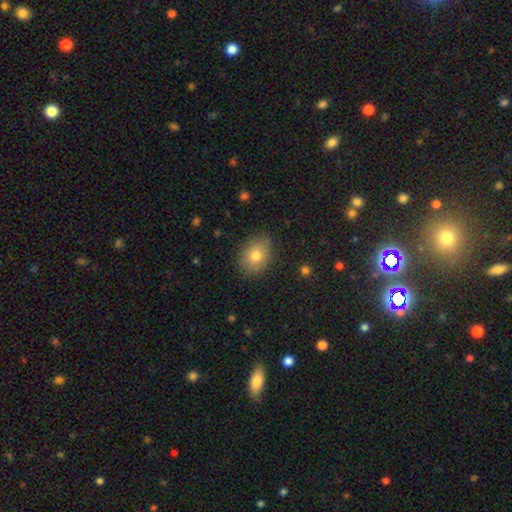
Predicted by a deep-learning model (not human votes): Smooth or featured? Predicted: smooth (p=0.77). How rounded? Predicted: in between (p=0.63). Merging? Predicted: none (p=0.81).